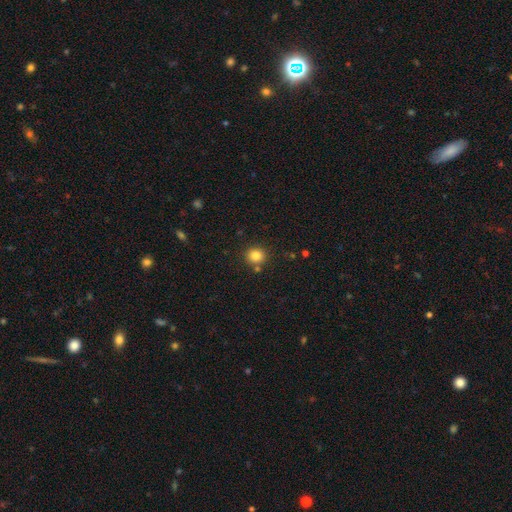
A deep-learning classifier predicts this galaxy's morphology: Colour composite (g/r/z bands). It shows a smooth galaxy with no disk features (83%) that is round (87%). Merging: none (82%).